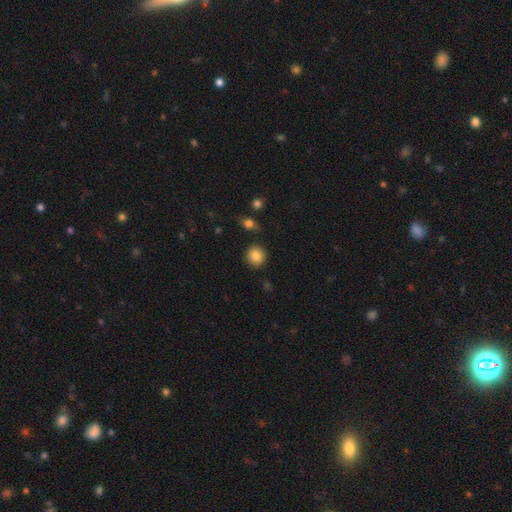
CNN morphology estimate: type=smooth (85%); roundness=round (89%); merging=none (87%).